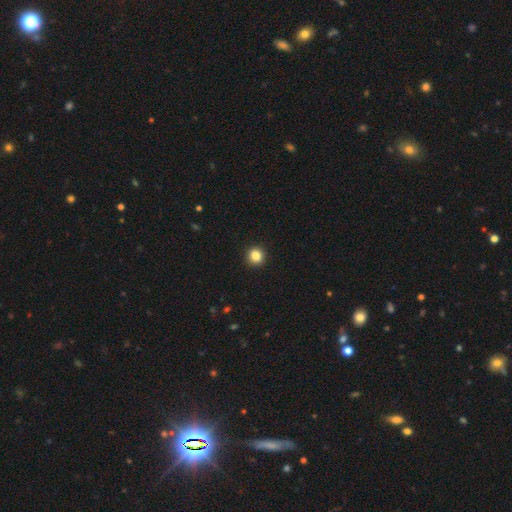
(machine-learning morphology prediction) smooth 85%, star or artifact 11%, featured or disk 5%. Down the decision tree: how rounded — round (89%); merging — none (93%).